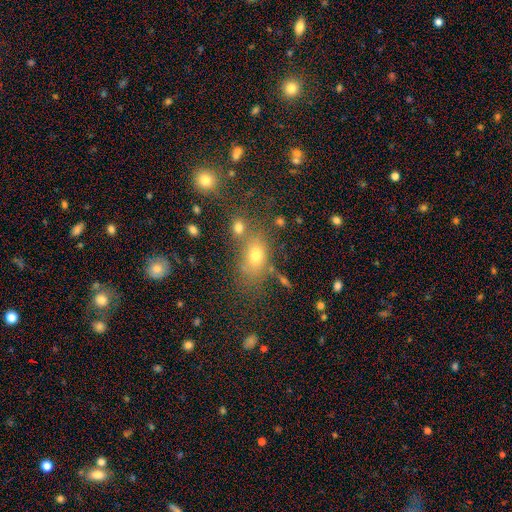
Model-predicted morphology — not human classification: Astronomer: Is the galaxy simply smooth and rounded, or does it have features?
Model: smooth — 69%.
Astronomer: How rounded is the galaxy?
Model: in between — 75%.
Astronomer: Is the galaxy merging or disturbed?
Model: none — 58%.